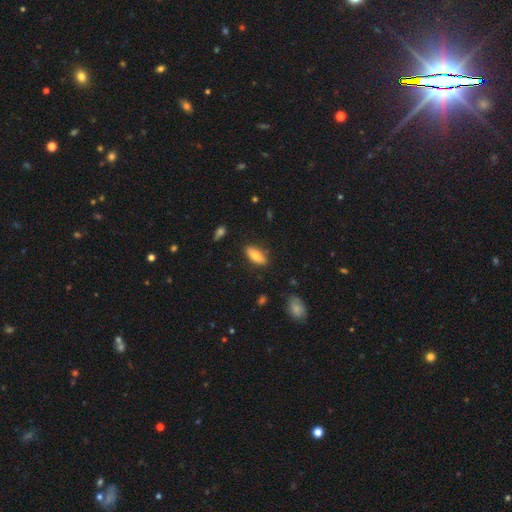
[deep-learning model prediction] Q: Smooth or featured?
A: smooth (75%); runner-up: featured or disk (19%)
Q: How rounded?
A: in between (76%); runner-up: cigar-shaped (21%)
Q: Merging?
A: none (83%); runner-up: minor disturbance (13%)